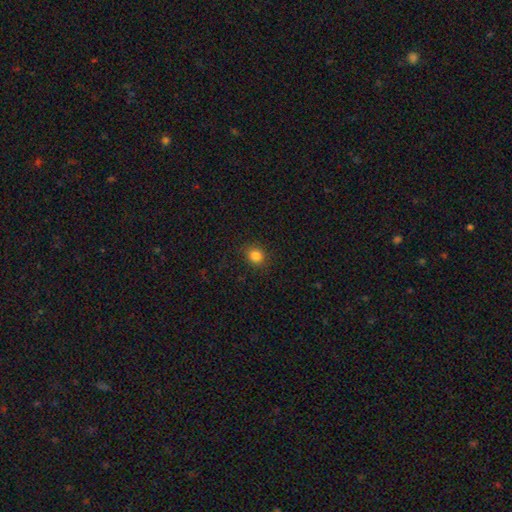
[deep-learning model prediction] smooth-or-featured: smooth: 83% | star or artifact: 12% | featured or disk: 5%
  how-rounded: round: 78% | in between: 21% | cigar-shaped: 1%
  merging: none: 89% | minor disturbance: 8% | major disturbance: 2% | merger: 1%